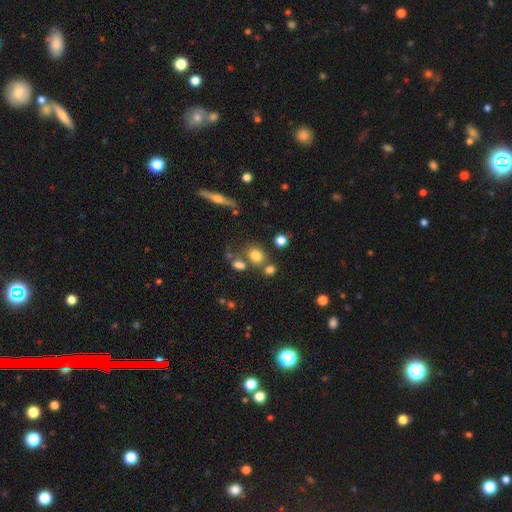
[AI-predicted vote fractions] The model was most divided on "how rounded": round: 61%, in between: 37%, cigar-shaped: 2%. More confident: smooth or featured — smooth (75%); merging — none (62%).